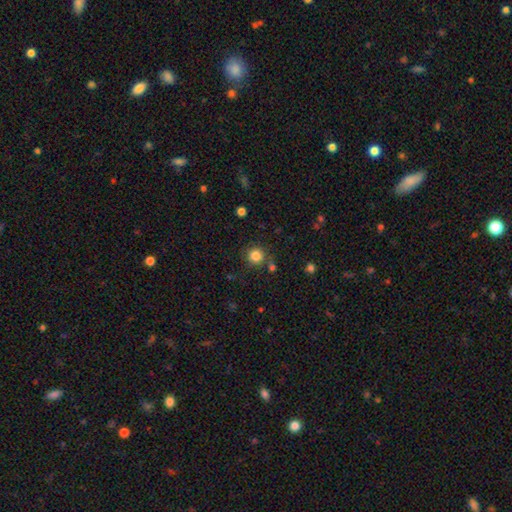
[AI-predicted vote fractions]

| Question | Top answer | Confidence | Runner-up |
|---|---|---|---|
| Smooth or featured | smooth | 84% | star or artifact (12%) |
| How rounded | round | 94% | in between (6%) |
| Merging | none | 82% | minor disturbance (9%) |